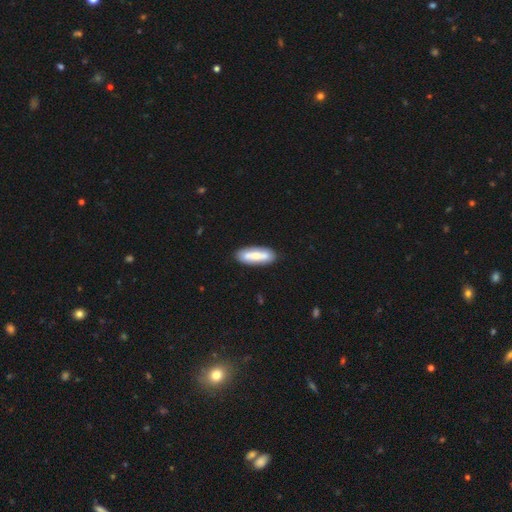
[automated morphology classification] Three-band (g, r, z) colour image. It shows a smooth galaxy with no disk features (57%) that is in between round and cigar-shaped (62%). Merging: none (81%).